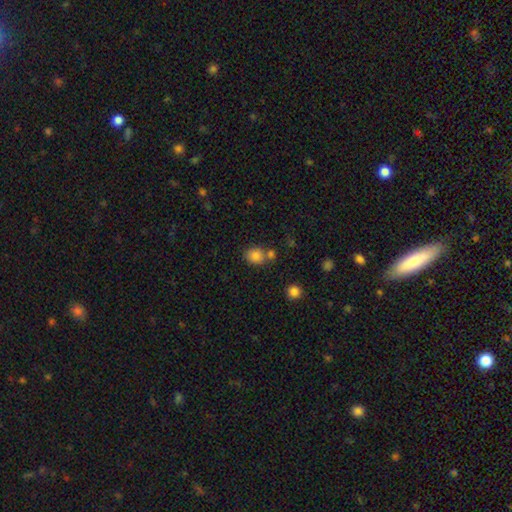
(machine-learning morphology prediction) type=smooth (83%); roundness=round (66%); merging=none (62%).